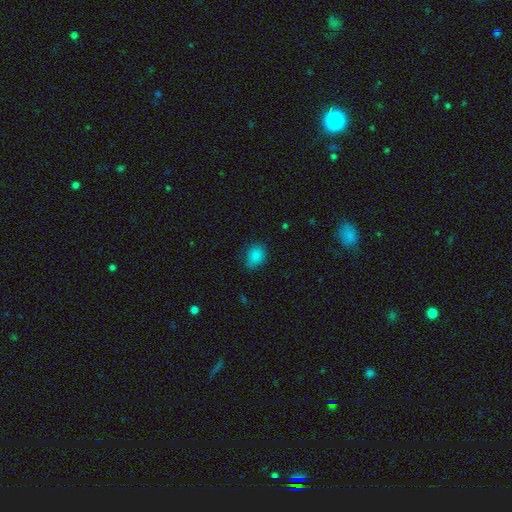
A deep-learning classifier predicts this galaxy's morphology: This appears to be a smooth galaxy with no disk features (85%) that is in between round and cigar-shaped (56%). Merging: none (70%).